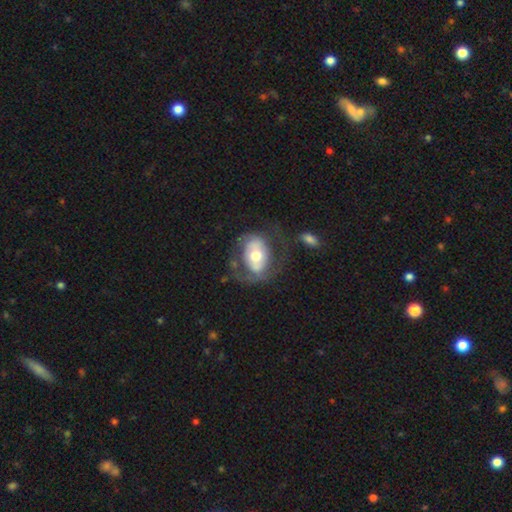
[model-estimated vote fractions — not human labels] Smooth or featured: featured or disk — 61% (smooth — 34%)
Edge-on disk: no — 95% (yes — 5%)
Bar: no — 53% (weak — 28%)
Spiral arms: yes — 55% (no — 45%)
Bulge size: moderate — 67% (large — 18%)
Merging: none — 50% (major disturbance — 25%)